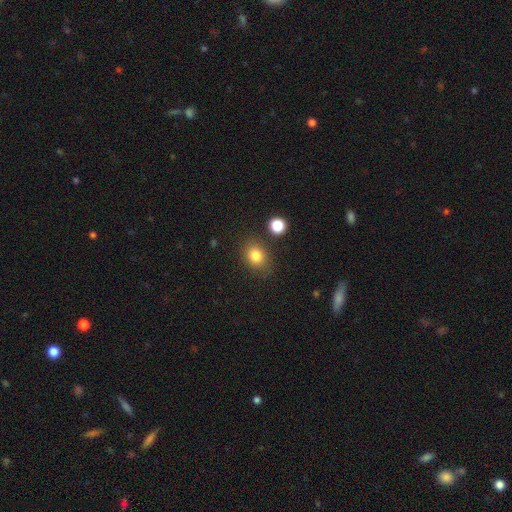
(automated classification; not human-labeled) smooth-or-featured: smooth: 82% | star or artifact: 11% | featured or disk: 7%
  how-rounded: in between: 52% | round: 47% | cigar-shaped: 1%
  merging: none: 80% | minor disturbance: 12% | merger: 5% | major disturbance: 4%